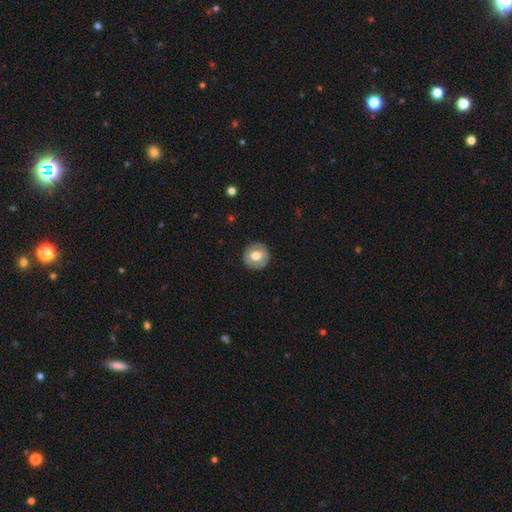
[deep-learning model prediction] Q: Smooth or featured?
A: smooth (57%); runner-up: featured or disk (36%)
Q: How rounded?
A: round (92%); runner-up: in between (7%)
Q: Merging?
A: none (88%); runner-up: minor disturbance (9%)